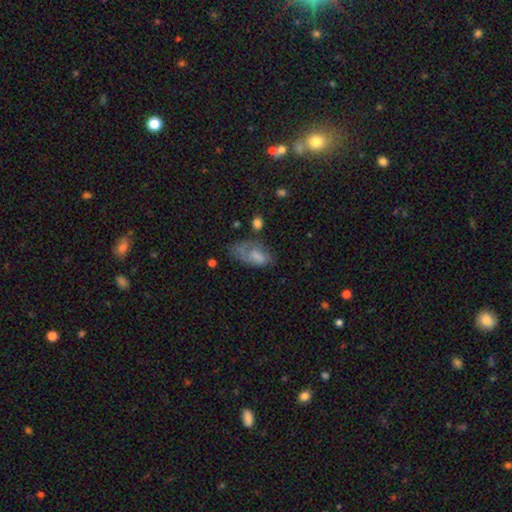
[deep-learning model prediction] smooth-or-featured: smooth: 64% | featured or disk: 27% | star or artifact: 10%
  how-rounded: in between: 89% | cigar-shaped: 6% | round: 5%
  merging: major disturbance: 33% | none: 31% | minor disturbance: 29% | merger: 6%